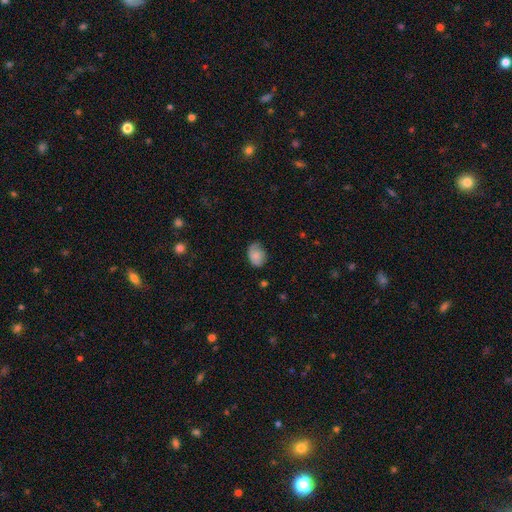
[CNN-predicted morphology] Smooth or featured? smooth (80%)
How rounded? in between (77%)
Merging? none (62%)